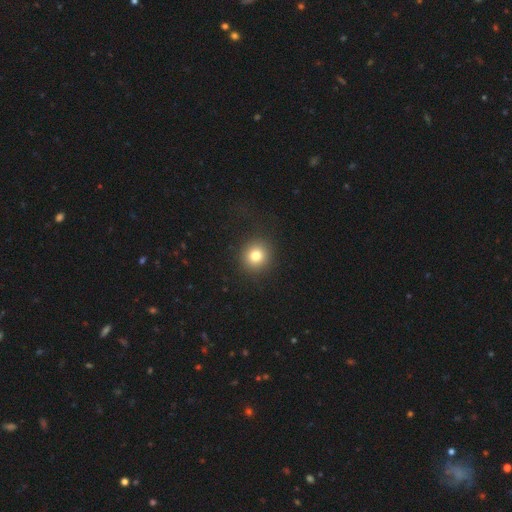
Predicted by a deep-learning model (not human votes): Q: Smooth or featured?
A: smooth (79%); runner-up: star or artifact (12%)
Q: How rounded?
A: round (92%); runner-up: in between (7%)
Q: Merging?
A: none (90%); runner-up: minor disturbance (6%)